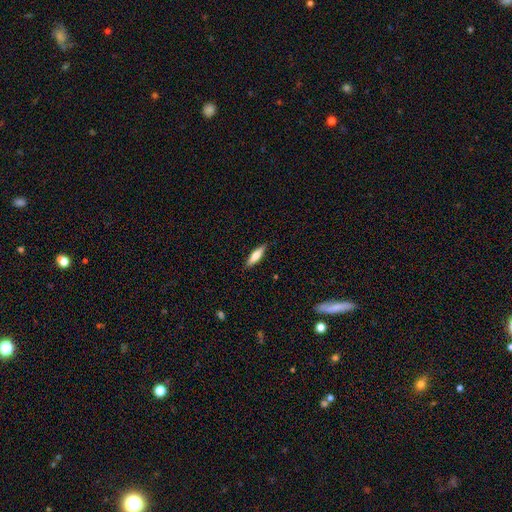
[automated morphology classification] Smooth or featured?
  - smooth: 64% *
  - featured or disk: 29%
  - star or artifact: 6%
How rounded?
  - cigar-shaped: 66% *
  - in between: 32%
  - round: 2%
Merging?
  - none: 88% *
  - minor disturbance: 9%
  - major disturbance: 2%
  - merger: 1%